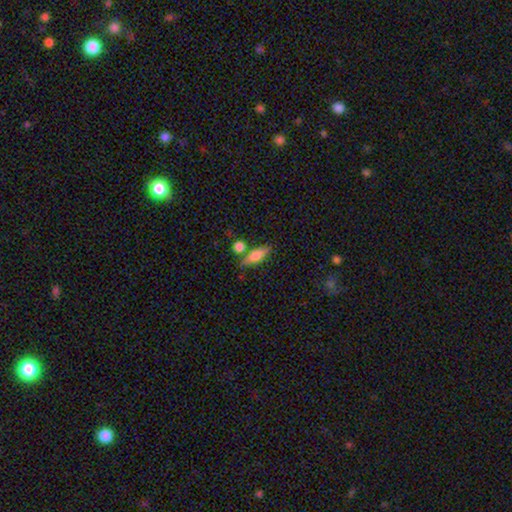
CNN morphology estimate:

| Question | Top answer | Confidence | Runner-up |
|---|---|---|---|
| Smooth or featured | smooth | 69% | featured or disk (23%) |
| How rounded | in between | 52% | cigar-shaped (43%) |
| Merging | none | 68% | merger (15%) |